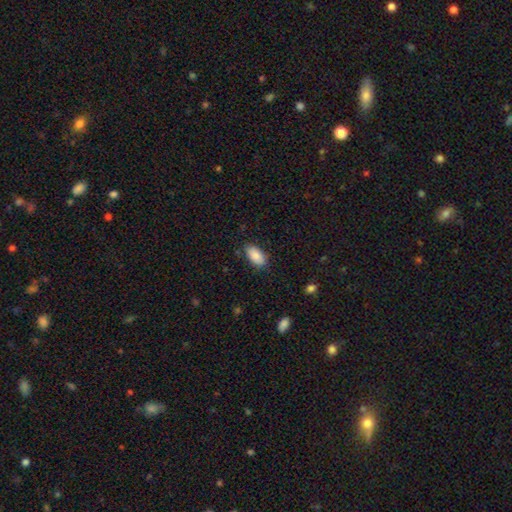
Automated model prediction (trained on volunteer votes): Smooth or featured: smooth — 86% (featured or disk — 7%)
How rounded: in between — 93% (cigar-shaped — 4%)
Merging: none — 83% (minor disturbance — 13%)